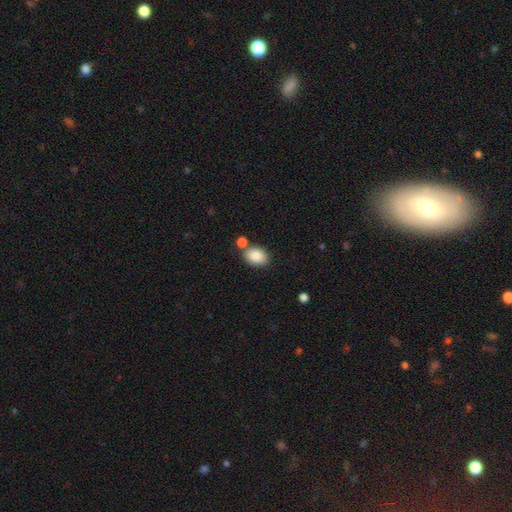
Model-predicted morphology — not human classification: Smooth or featured? smooth (85%)
How rounded? in between (73%)
Merging? none (67%)